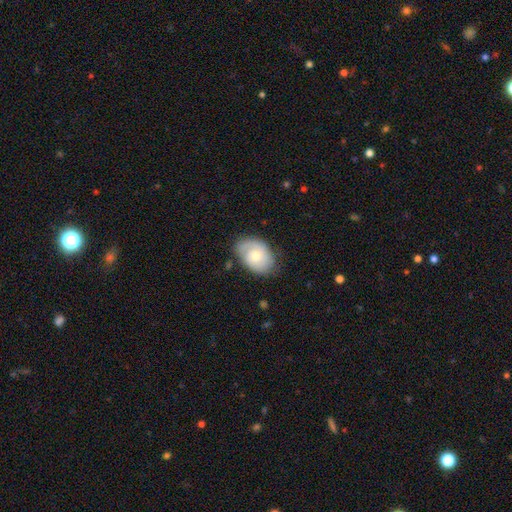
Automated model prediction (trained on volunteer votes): A smooth galaxy with no disk features (50%) that is in between round and cigar-shaped (79%).

Vote fractions:
- Smooth or featured? smooth: 50% / featured or disk: 43% / star or artifact: 6%
- How rounded? in between: 79% / round: 20% / cigar-shaped: 1%
- Merging? none: 70% / minor disturbance: 22% / major disturbance: 6% / merger: 2%